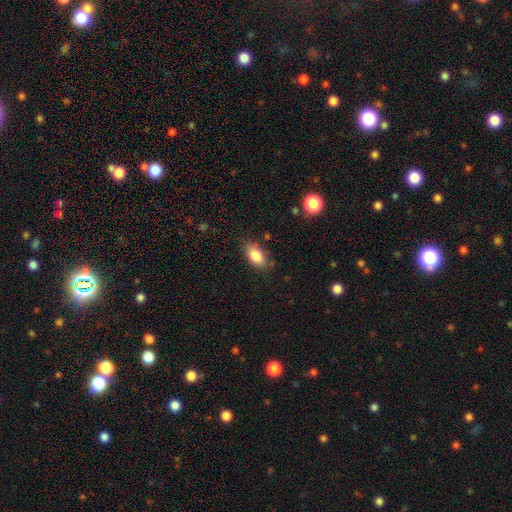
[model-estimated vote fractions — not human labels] A smooth galaxy with no disk features (84%) that is in between round and cigar-shaped (90%). Merging: none (76%).